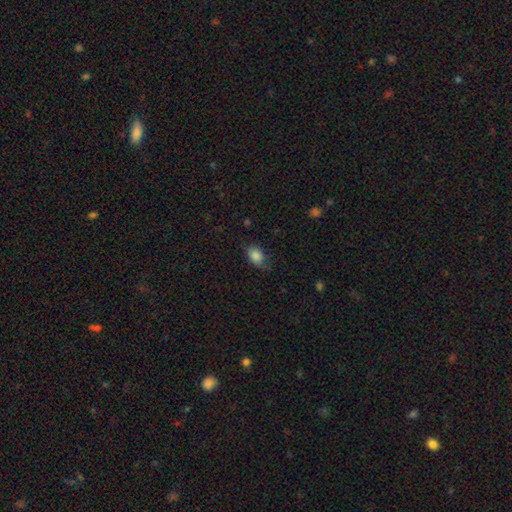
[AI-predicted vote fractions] Smooth or featured? smooth (85%)
How rounded? in between (79%)
Merging? none (69%)